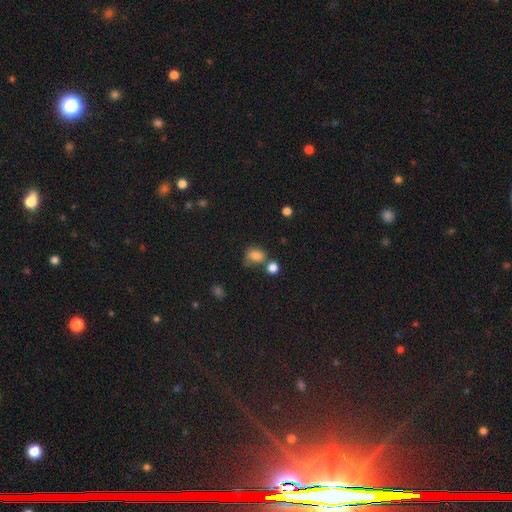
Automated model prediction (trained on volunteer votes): Overall: smooth (78%). How rounded: in between (60%; round 38%). Merging: none (41%; minor disturbance 27%).